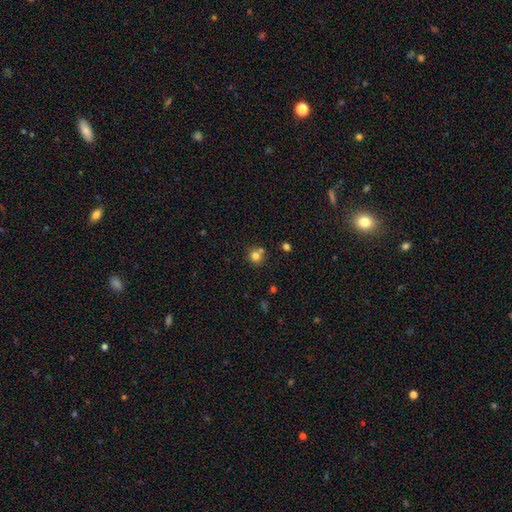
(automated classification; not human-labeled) The model was most divided on "merging": none: 63%, merger: 25%, minor disturbance: 9%, major disturbance: 3%. More confident: how rounded — round (89%); smooth or featured — smooth (77%).